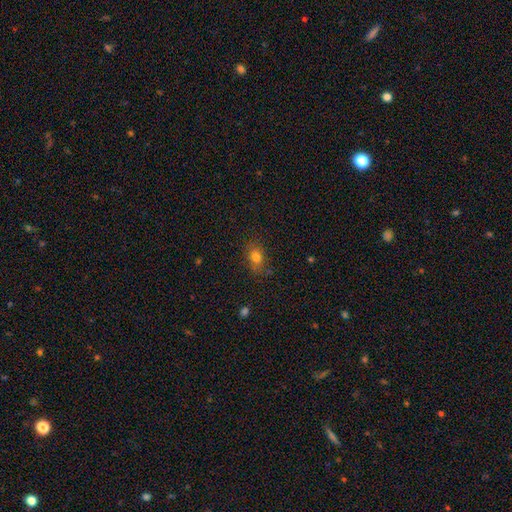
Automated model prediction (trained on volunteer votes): Morphology: type=smooth (72%); roundness=in between (63%); merging=none (80%).